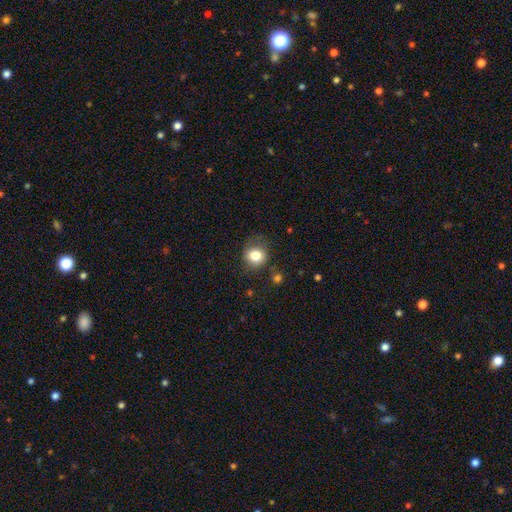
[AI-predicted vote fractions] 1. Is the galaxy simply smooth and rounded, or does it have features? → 81% smooth, 10% star or artifact, 8% featured or disk.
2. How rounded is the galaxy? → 79% round, 20% in between, 1% cigar-shaped.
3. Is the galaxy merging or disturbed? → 71% none, 19% minor disturbance, 7% major disturbance, 2% merger.